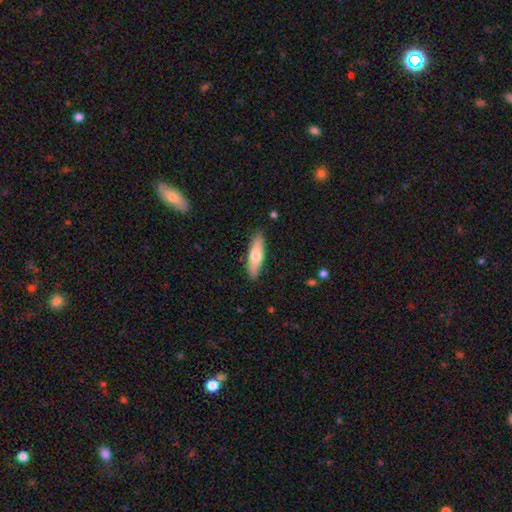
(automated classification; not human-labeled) Smooth or featured? Predicted: smooth (p=0.64). How rounded? Predicted: cigar-shaped (p=0.55). Merging? Predicted: none (p=0.88).